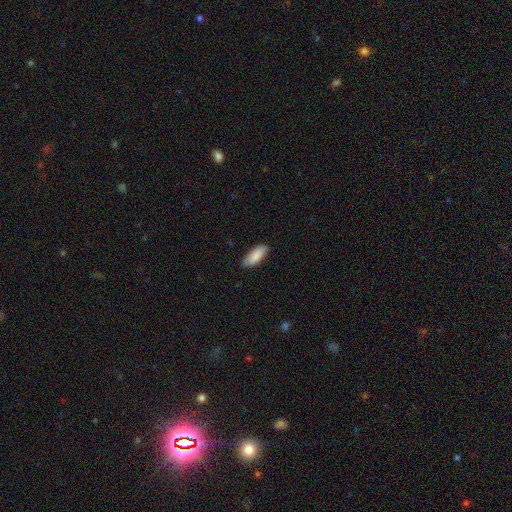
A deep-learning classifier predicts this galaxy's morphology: smooth 89%, featured or disk 6%, star or artifact 5%. Down the decision tree: how rounded — in between (81%); merging — none (84%).